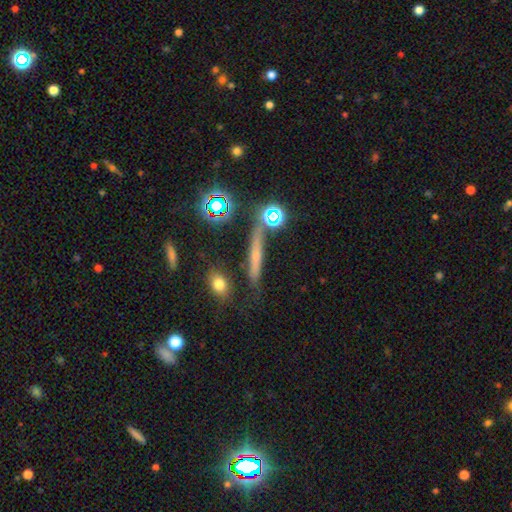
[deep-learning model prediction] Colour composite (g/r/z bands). It shows a smooth galaxy with no disk features (47%). Merging: none (71%).